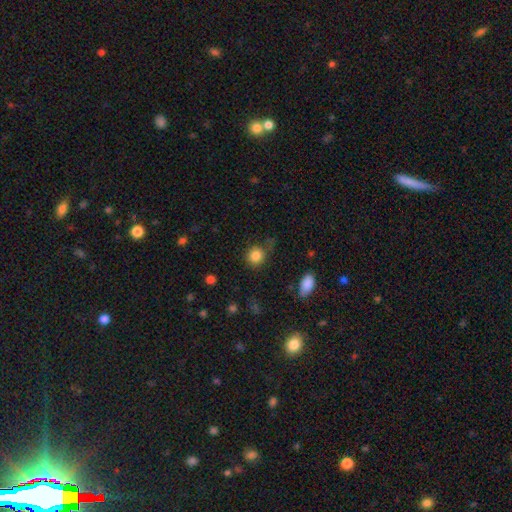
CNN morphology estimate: A smooth galaxy with no disk features (85%) that is round (86%). Merging: none (73%).